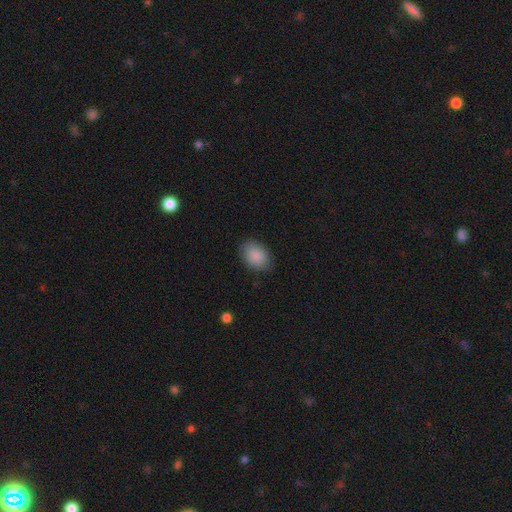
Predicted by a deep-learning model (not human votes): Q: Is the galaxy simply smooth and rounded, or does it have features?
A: smooth — 89%.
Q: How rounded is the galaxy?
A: in between — 79%.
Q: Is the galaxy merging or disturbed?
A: none — 84%.